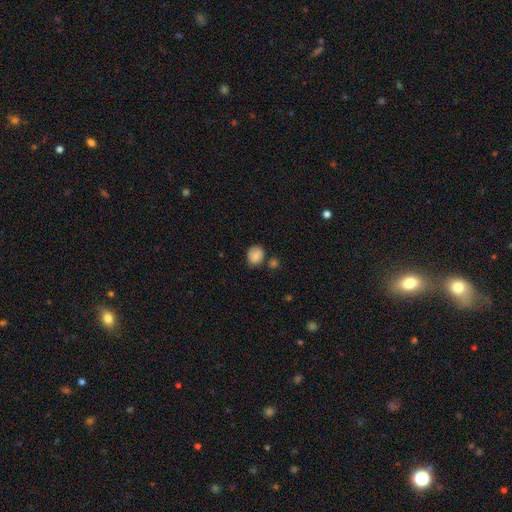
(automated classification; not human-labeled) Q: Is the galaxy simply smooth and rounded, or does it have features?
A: smooth — 76%.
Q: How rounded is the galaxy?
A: round — 55%.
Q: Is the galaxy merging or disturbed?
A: none — 64%.